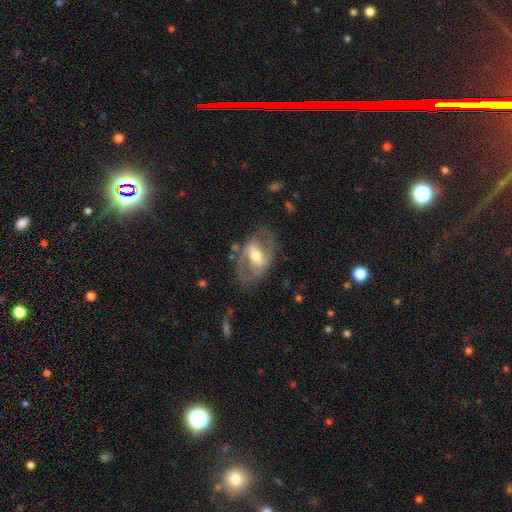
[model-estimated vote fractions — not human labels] Smooth or featured? Predicted: featured or disk (p=0.77). Edge-on disk? Predicted: no (p=0.94). Bar? Predicted: weak (p=0.41, tied with strong). Spiral arms? Predicted: yes (p=0.80). Spiral winding? Predicted: medium (p=0.52). Spiral arm count? Predicted: 2 (p=0.86). Bulge size? Predicted: moderate (p=0.65). Merging? Predicted: none (p=0.71).